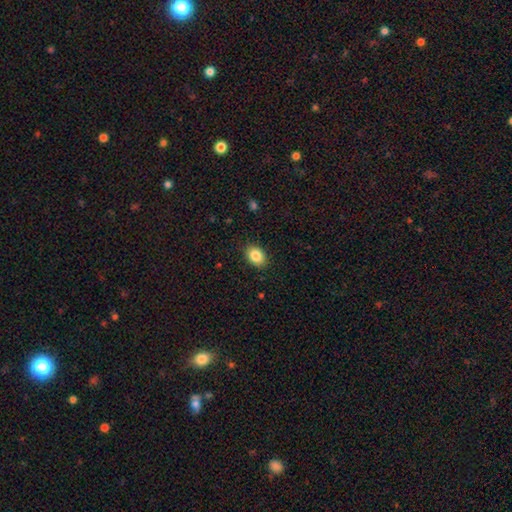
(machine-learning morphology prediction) This is clearly a smooth galaxy (86%). How rounded: likely in between (67%). Merging: clearly none (87%).